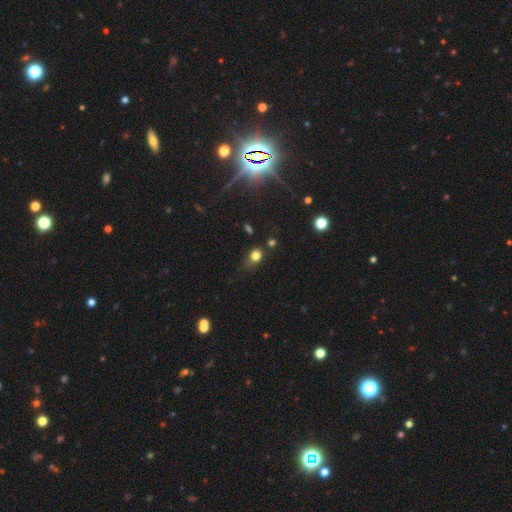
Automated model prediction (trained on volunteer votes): The model was most divided on "how rounded" (2-way tie): in between: 49%, round: 49%, cigar-shaped: 2%. More confident: smooth or featured — smooth (78%); merging — none (59%).